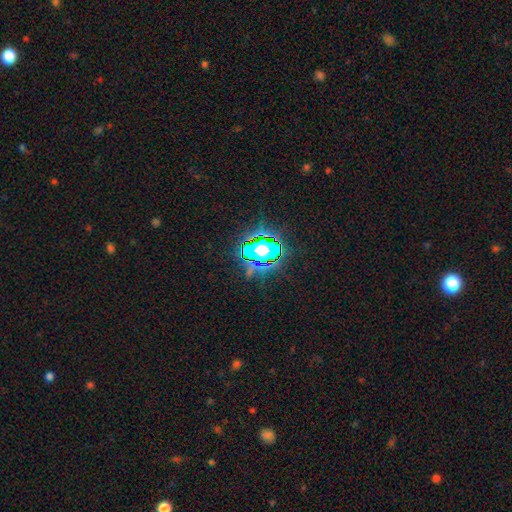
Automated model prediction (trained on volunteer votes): Smooth or featured?
  - star or artifact: 79% *
  - smooth: 12%
  - featured or disk: 10%